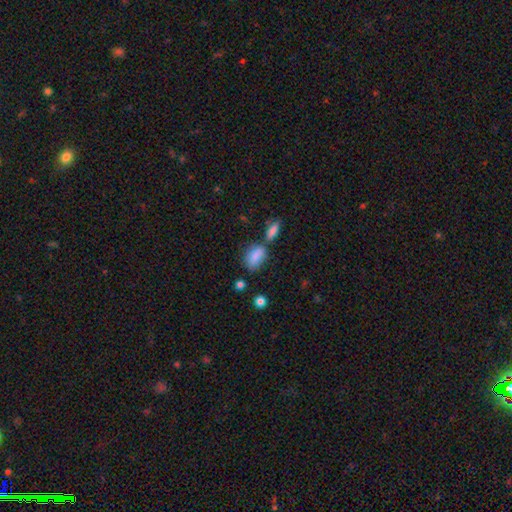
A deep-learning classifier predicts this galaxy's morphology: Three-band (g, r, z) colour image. It shows a smooth galaxy with no disk features (82%) that is in between round and cigar-shaped (85%). Merging: none (46%).